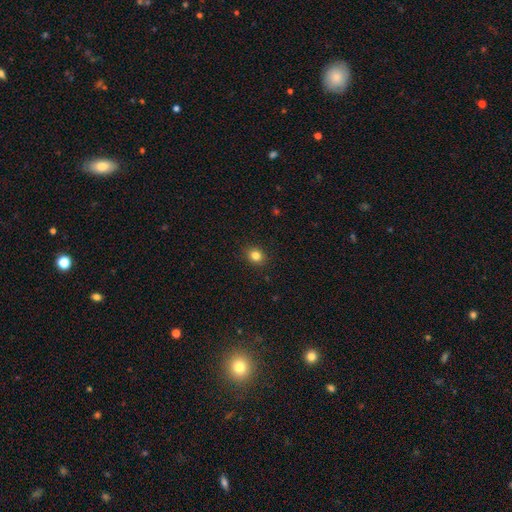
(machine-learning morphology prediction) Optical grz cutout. It shows a smooth galaxy with no disk features (83%) that is round (67%). Merging: none (90%).